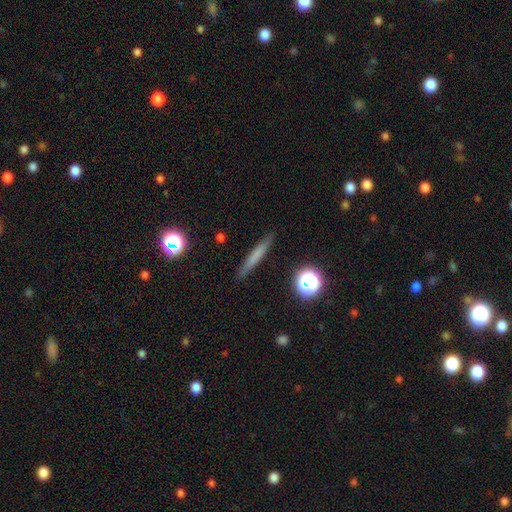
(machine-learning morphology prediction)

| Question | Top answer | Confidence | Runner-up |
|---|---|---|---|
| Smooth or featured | smooth | 63% | featured or disk (27%) |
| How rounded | cigar-shaped | 92% | in between (5%) |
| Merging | none | 89% | minor disturbance (8%) |